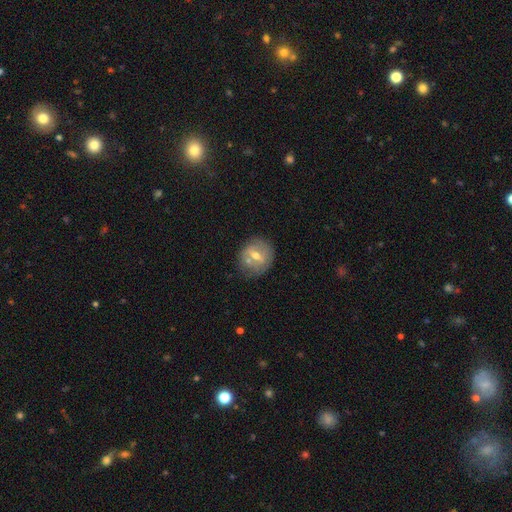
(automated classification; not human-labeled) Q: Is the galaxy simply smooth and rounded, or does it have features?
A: smooth — 48%.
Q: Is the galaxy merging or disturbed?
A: none — 68%.